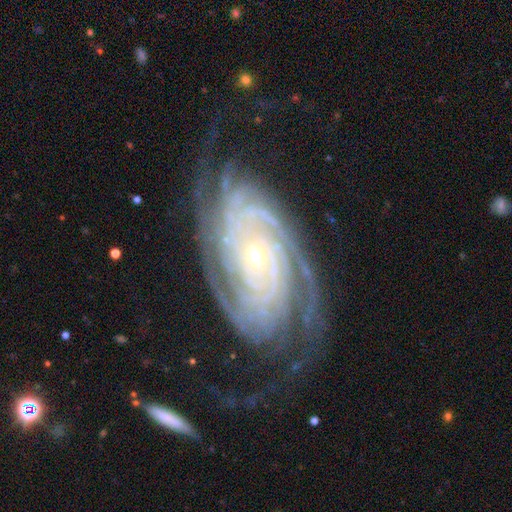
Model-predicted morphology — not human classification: smooth_or_featured: featured or disk (p=0.92) [alt: star or artifact p=0.05]
disk_edge_on: no (p=0.96) [alt: yes p=0.04]
bar: no (p=0.70) [alt: weak p=0.19]
has_spiral_arms: yes (p=0.98) [alt: no p=0.02]
spiral_winding: tight (p=0.81) [alt: medium p=0.16]
spiral_arm_count: 4 (p=0.23) [alt: more than 4 p=0.19]
bulge_size: small (p=0.77) [alt: moderate p=0.19]
merging: none (p=0.70) [alt: minor disturbance p=0.18]